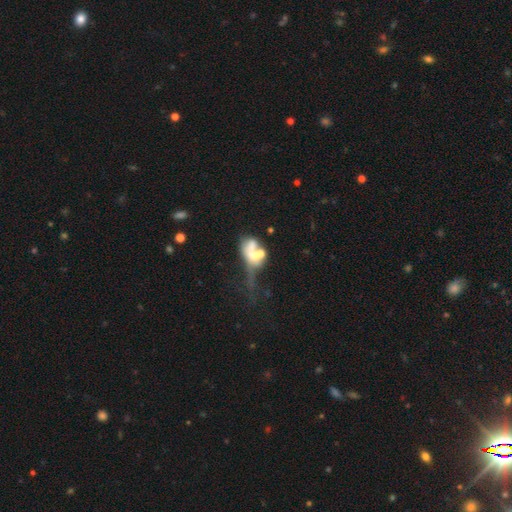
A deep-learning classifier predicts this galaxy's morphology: type=featured or disk (45%); merging=merger (45%).